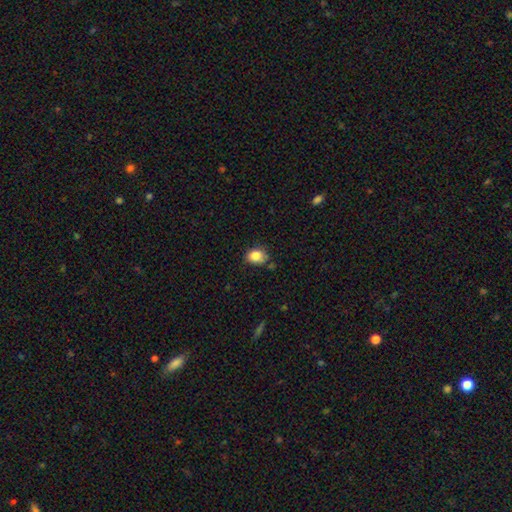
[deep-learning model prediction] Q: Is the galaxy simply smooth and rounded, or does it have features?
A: smooth — 84%.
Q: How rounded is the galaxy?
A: in between — 50%.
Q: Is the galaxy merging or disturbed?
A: none — 67%.